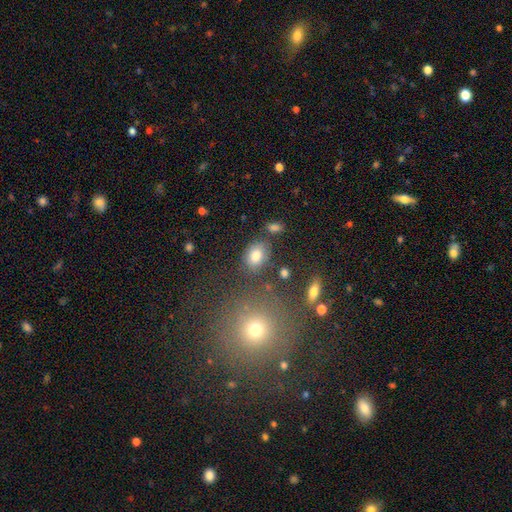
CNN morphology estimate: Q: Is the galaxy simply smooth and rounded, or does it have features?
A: smooth — 79%.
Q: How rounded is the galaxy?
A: in between — 75%.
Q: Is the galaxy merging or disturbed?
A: none — 75%.